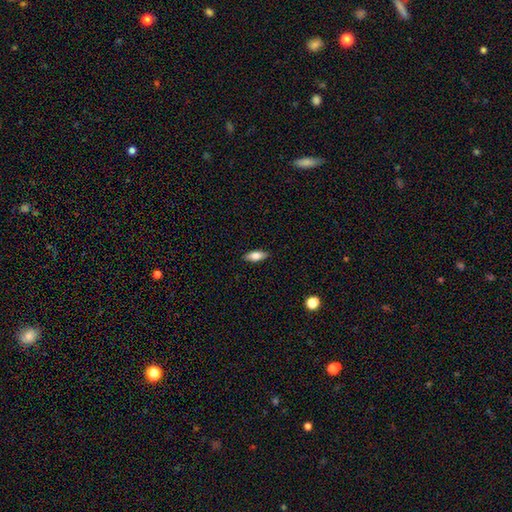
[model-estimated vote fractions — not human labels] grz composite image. It shows a smooth galaxy with no disk features (79%) that is in between round and cigar-shaped (80%). Merging: none (89%).